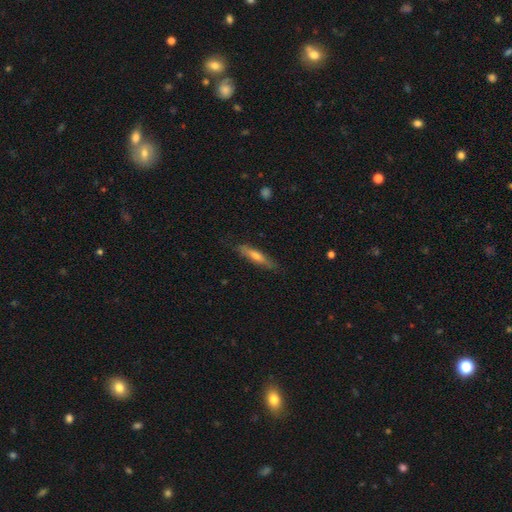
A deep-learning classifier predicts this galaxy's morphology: smooth_or_featured: smooth (p=0.48) [alt: featured or disk p=0.46]
merging: none (p=0.81) [alt: minor disturbance p=0.15]